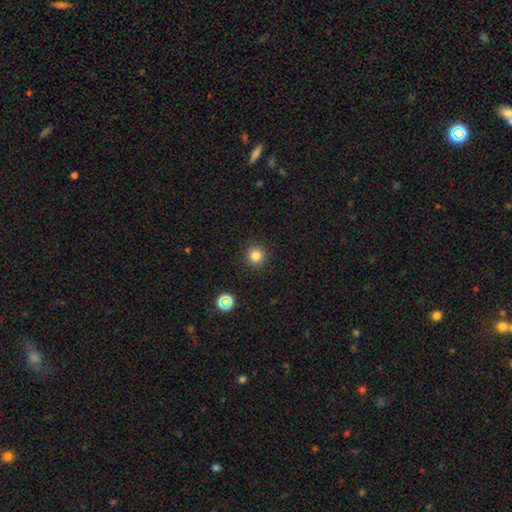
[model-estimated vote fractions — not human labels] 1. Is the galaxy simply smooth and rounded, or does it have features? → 81% smooth, 14% star or artifact, 5% featured or disk.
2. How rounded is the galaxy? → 95% round, 4% in between, 1% cigar-shaped.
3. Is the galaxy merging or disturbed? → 92% none, 5% minor disturbance, 2% major disturbance, 1% merger.